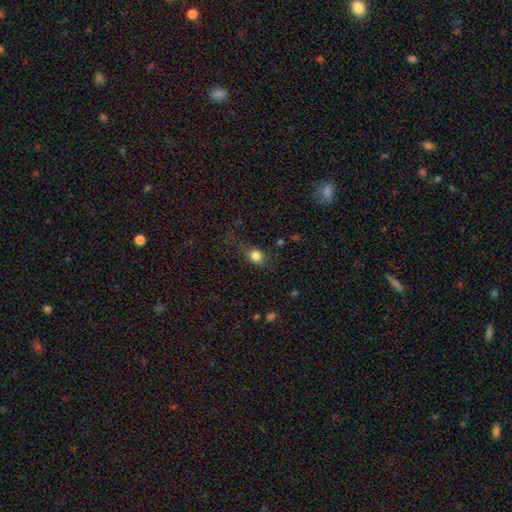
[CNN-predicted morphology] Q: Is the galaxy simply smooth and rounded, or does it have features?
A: smooth — 81%.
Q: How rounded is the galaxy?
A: round — 53%.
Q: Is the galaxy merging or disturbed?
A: none — 64%.